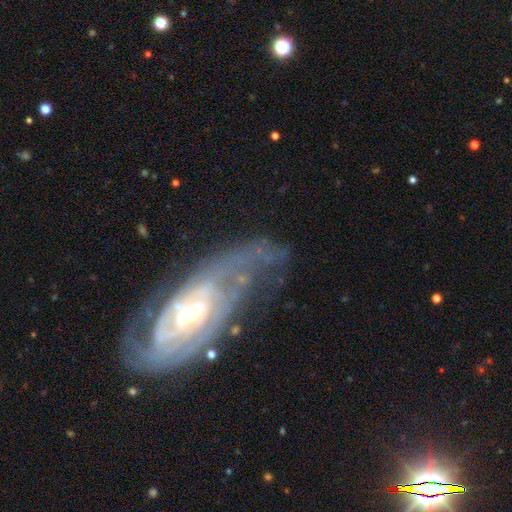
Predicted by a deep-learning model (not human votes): The model was most divided on "bar": no: 48%, weak: 37%, strong: 15%. Remaining: spiral arms — yes (92%); edge-on disk — no (91%); smooth or featured — featured or disk (85%); spiral winding — tight (63%); merging — none (63%); bulge size — small (58%); spiral arm count — can't tell (41%).